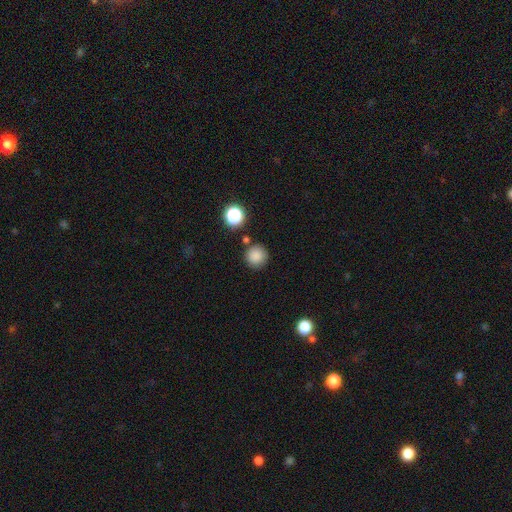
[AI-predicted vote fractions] Smooth or featured?
  - smooth: 84% *
  - star or artifact: 11%
  - featured or disk: 5%
How rounded?
  - round: 94% *
  - in between: 5%
  - cigar-shaped: 1%
Merging?
  - none: 83% *
  - minor disturbance: 8%
  - merger: 6%
  - major disturbance: 3%